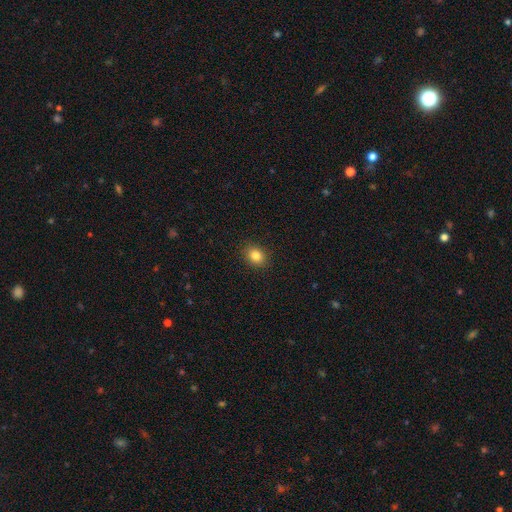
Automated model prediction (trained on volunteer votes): smooth 84%, star or artifact 11%, featured or disk 5%. Down the decision tree: how rounded — round (61%); merging — none (90%).